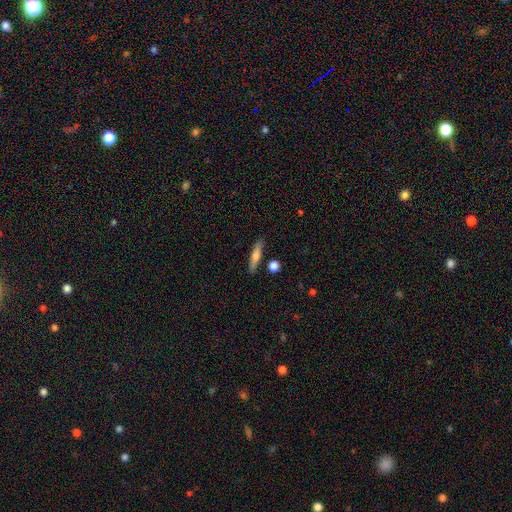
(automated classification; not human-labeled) smooth_or_featured: smooth (p=0.61) [alt: featured or disk p=0.32]
how_rounded: cigar-shaped (p=0.85) [alt: in between p=0.13]
merging: none (p=0.84) [alt: minor disturbance p=0.10]